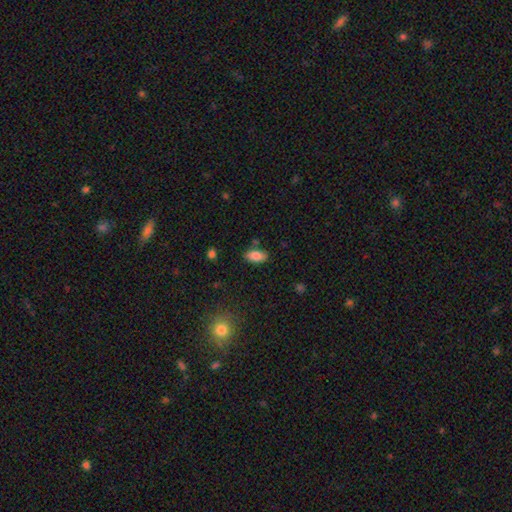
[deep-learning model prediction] Smooth or featured? Predicted: smooth (p=0.83). How rounded? Predicted: in between (p=0.91). Merging? Predicted: none (p=0.82).